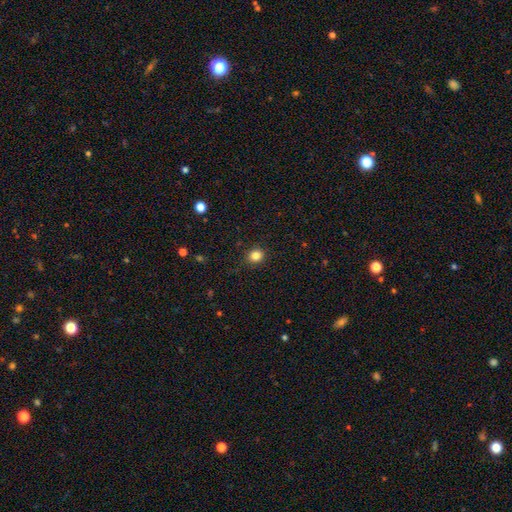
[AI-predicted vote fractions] Smooth or featured? smooth (84%)
How rounded? round (79%)
Merging? none (89%)